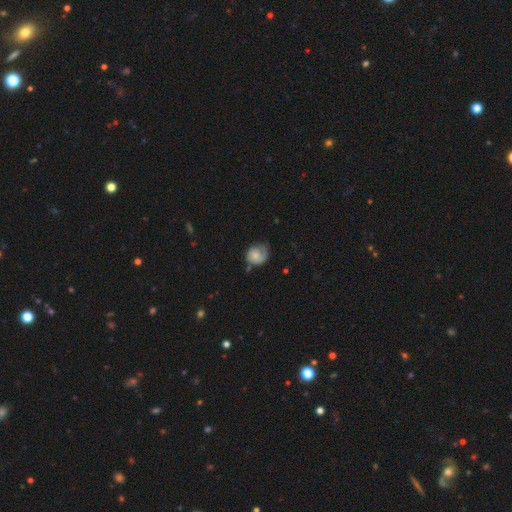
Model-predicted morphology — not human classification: Smooth or featured? smooth (55%)
How rounded? round (71%)
Merging? none (47%)